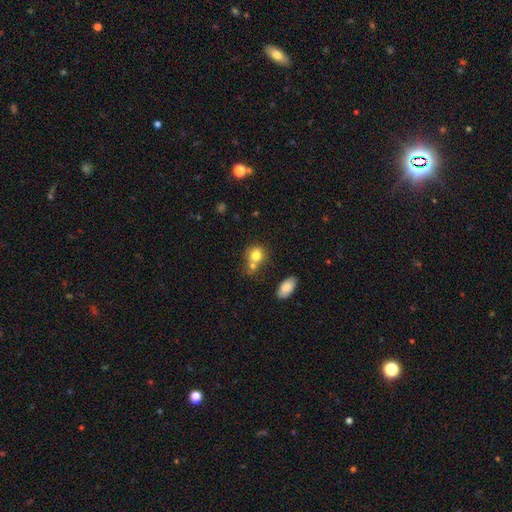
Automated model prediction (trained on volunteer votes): A smooth galaxy with no disk features (79%) that is round (73%).

Vote fractions:
- Smooth or featured? smooth: 79% / featured or disk: 11% / star or artifact: 11%
- How rounded? round: 73% / in between: 26% / cigar-shaped: 1%
- Merging? none: 46% / merger: 36% / minor disturbance: 12% / major disturbance: 5%